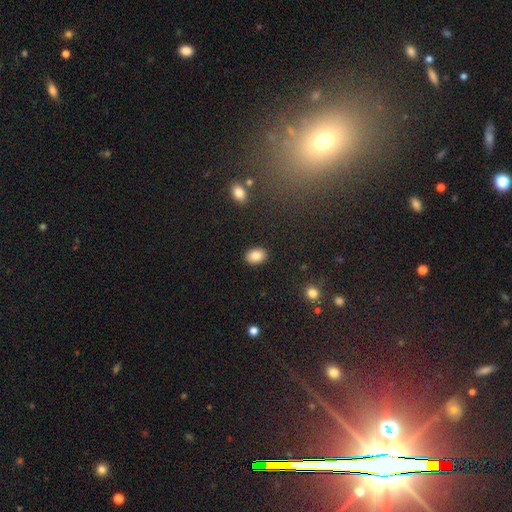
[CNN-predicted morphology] A smooth galaxy with no disk features (86%) that is in between round and cigar-shaped (73%). Merging: none (89%).